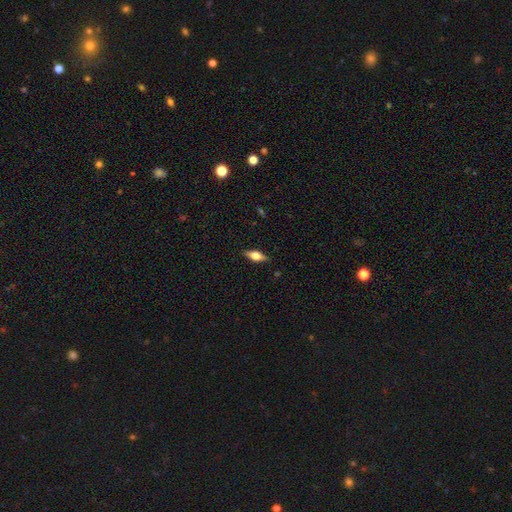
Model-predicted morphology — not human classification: Smooth or featured?
  - featured or disk: 51% *
  - smooth: 41%
  - star or artifact: 8%
Edge-on disk?
  - yes: 92% *
  - no: 8%
Merging?
  - none: 87% *
  - minor disturbance: 10%
  - major disturbance: 2%
  - merger: 1%